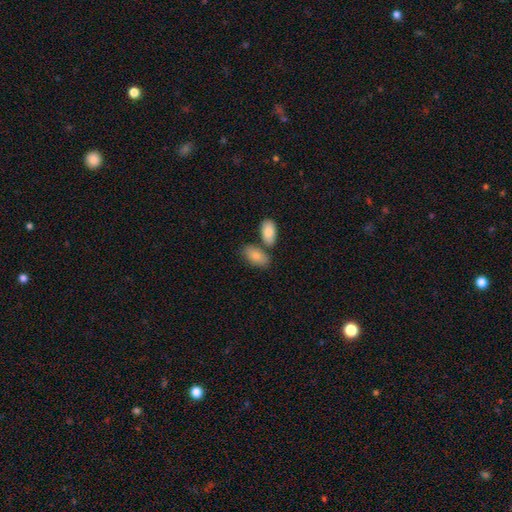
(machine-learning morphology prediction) smooth-or-featured: smooth: 82% | featured or disk: 11% | star or artifact: 6%
  how-rounded: in between: 93% | cigar-shaped: 4% | round: 3%
  merging: none: 57% | merger: 27% | minor disturbance: 12% | major disturbance: 3%